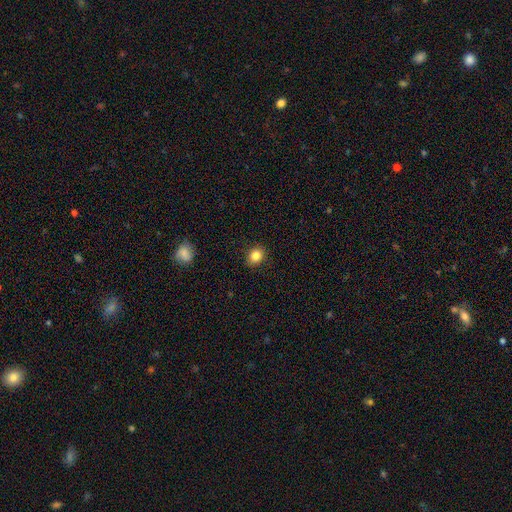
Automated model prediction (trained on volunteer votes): smooth-or-featured: smooth: 84% | star or artifact: 10% | featured or disk: 6%
  how-rounded: round: 59% | in between: 40% | cigar-shaped: 1%
  merging: none: 89% | minor disturbance: 8% | major disturbance: 2% | merger: 1%